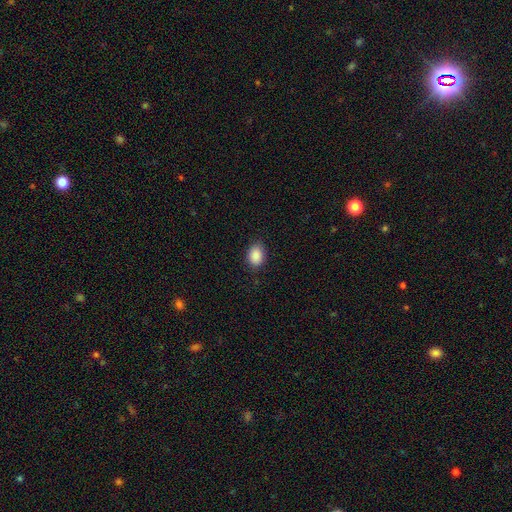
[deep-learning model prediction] Morphology: type=smooth (89%); roundness=in between (73%); merging=none (85%).